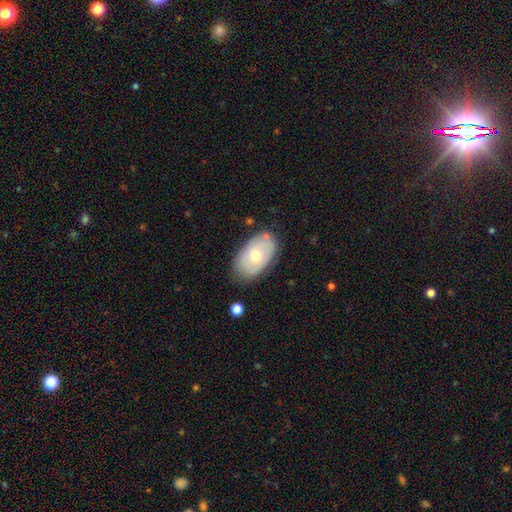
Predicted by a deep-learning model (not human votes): This appears to be a smooth galaxy with no disk features (58%) that is in between round and cigar-shaped (91%). Merging: none (75%).